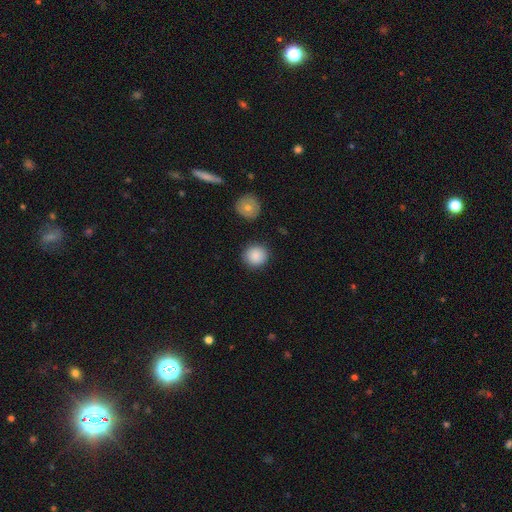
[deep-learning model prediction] Morphology: type=smooth (88%); roundness=round (91%); merging=none (88%).